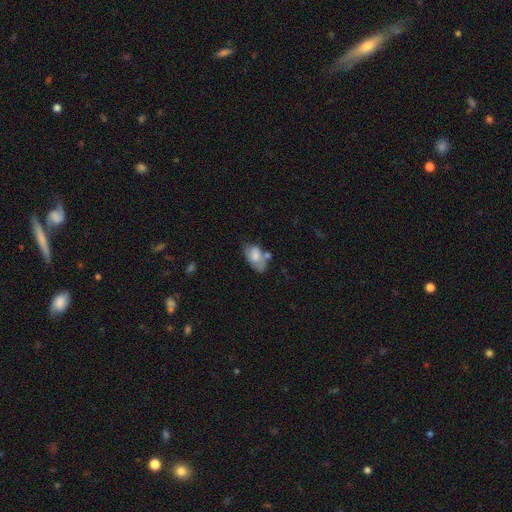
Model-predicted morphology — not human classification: Smooth or featured?
  - smooth: 67% *
  - featured or disk: 25%
  - star or artifact: 8%
How rounded?
  - in between: 91% *
  - round: 7%
  - cigar-shaped: 2%
Merging?
  - none: 36% *
  - minor disturbance: 28%
  - merger: 22%
  - major disturbance: 14%